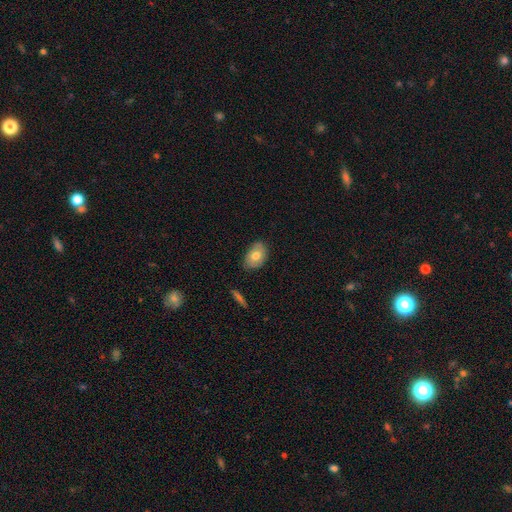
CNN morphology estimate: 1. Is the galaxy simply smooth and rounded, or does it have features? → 71% smooth, 21% featured or disk, 7% star or artifact.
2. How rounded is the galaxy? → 85% in between, 14% round, 1% cigar-shaped.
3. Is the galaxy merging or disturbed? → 78% none, 17% minor disturbance, 3% major disturbance, 2% merger.